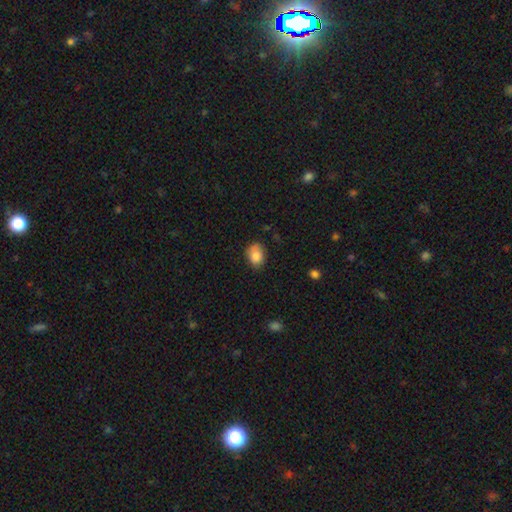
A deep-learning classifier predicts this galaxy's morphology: Smooth or featured: smooth — 83% (star or artifact — 8%)
How rounded: in between — 65% (round — 34%)
Merging: none — 65% (minor disturbance — 27%)